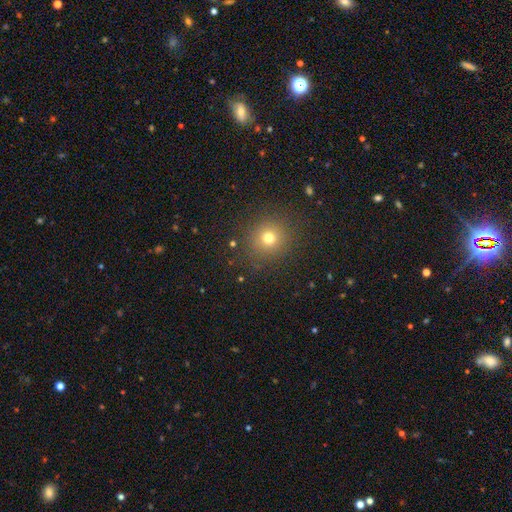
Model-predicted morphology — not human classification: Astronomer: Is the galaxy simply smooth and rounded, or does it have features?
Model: smooth — 63%.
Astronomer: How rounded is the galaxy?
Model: round — 90%.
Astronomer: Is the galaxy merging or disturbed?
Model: none — 90%.